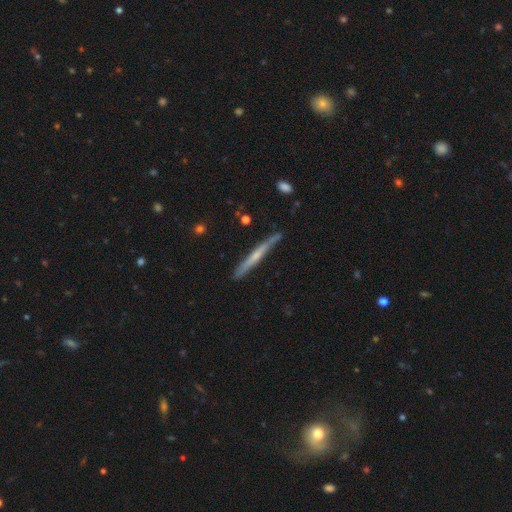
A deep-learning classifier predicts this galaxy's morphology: A featured or disk galaxy (56%) viewed edge-on (96%) with no central bulge (53%).

Vote fractions:
- Smooth or featured? featured or disk: 56% / smooth: 38% / star or artifact: 6%
- Edge-on disk? yes: 96% / no: 4%
- Edge-on bulge? none: 53% / rounded: 40% / boxy: 7%
- Merging? none: 84% / minor disturbance: 12% / merger: 2% / major disturbance: 2%